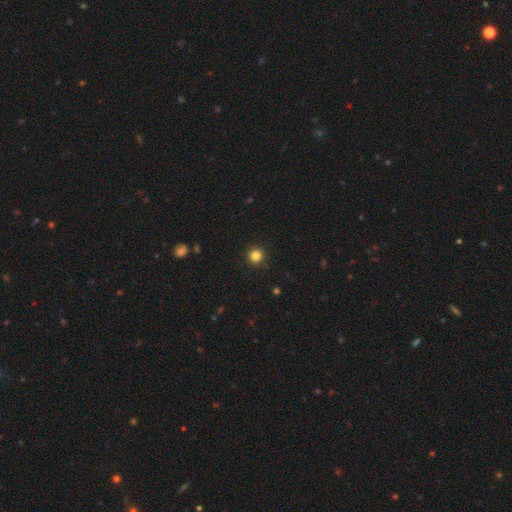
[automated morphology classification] Smooth or featured?
  - smooth: 84% *
  - star or artifact: 12%
  - featured or disk: 4%
How rounded?
  - round: 96% *
  - in between: 3%
  - cigar-shaped: 1%
Merging?
  - none: 93% *
  - minor disturbance: 5%
  - major disturbance: 2%
  - merger: 1%